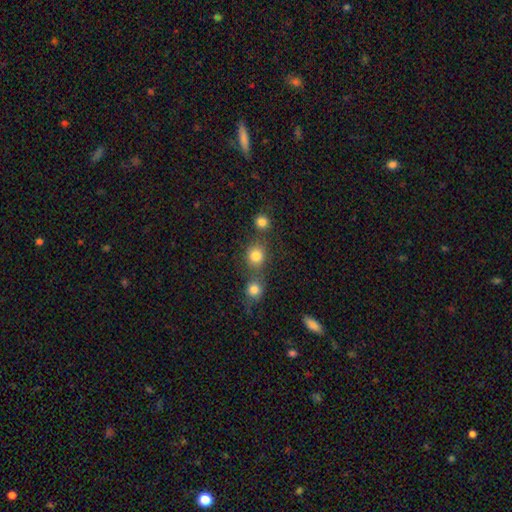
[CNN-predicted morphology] This appears to be a smooth galaxy with no disk features (81%) that is round (84%). Merging: none (57%).